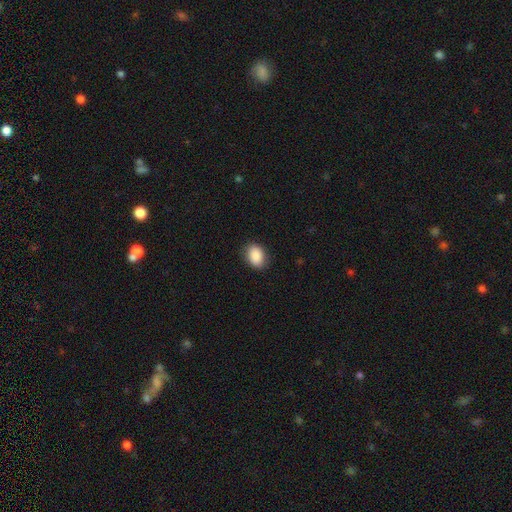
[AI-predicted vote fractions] smooth 90%, star or artifact 7%, featured or disk 3%. Down the decision tree: how rounded — in between (74%); merging — none (87%).